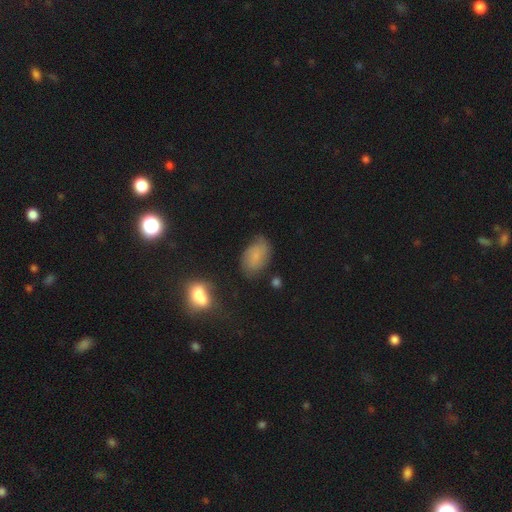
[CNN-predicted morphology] Smooth or featured: smooth — 56% (featured or disk — 33%)
How rounded: in between — 89% (round — 9%)
Merging: none — 63% (minor disturbance — 26%)